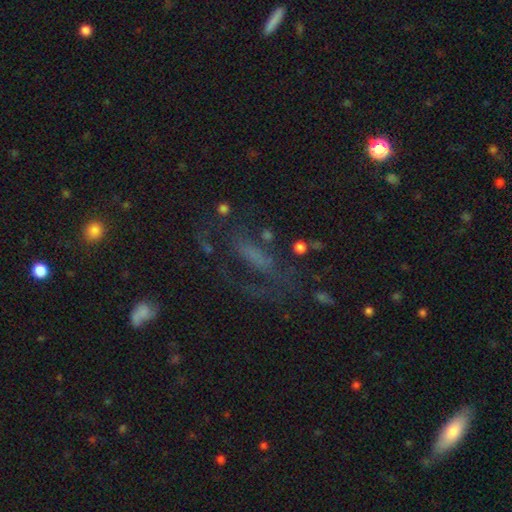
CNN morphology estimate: A featured or disk galaxy (51%).

Vote fractions:
- Smooth or featured? featured or disk: 51% / smooth: 26% / star or artifact: 24%
- Edge-on disk? no: 88% / yes: 12%
- Merging? none: 51% / major disturbance: 26% / minor disturbance: 18% / merger: 4%